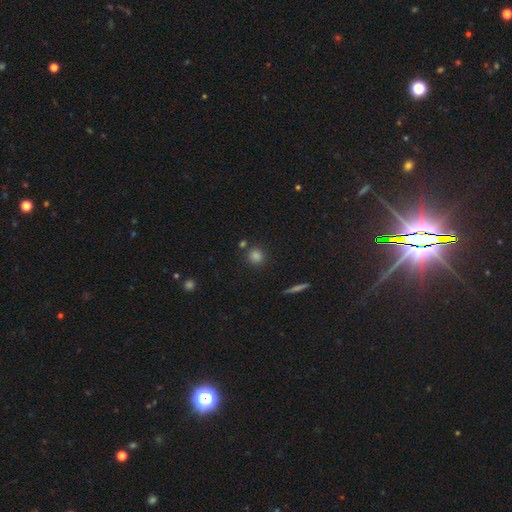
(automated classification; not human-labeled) A smooth galaxy with no disk features (80%) that is round (91%).

Vote fractions:
- Smooth or featured? smooth: 80% / star or artifact: 14% / featured or disk: 6%
- How rounded? round: 91% / in between: 7% / cigar-shaped: 2%
- Merging? none: 81% / merger: 9% / minor disturbance: 8% / major disturbance: 3%